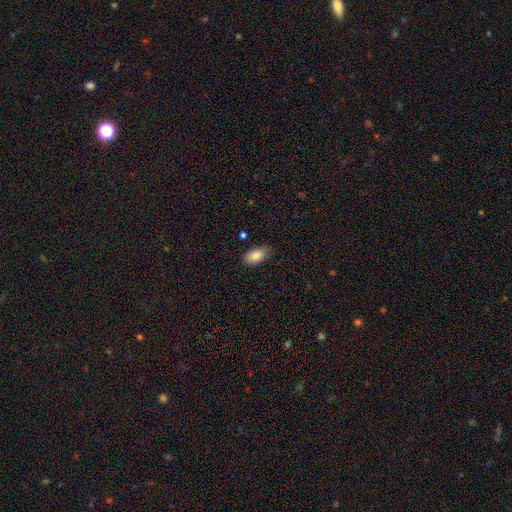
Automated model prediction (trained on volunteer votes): Smooth or featured? smooth (86%)
How rounded? in between (94%)
Merging? none (80%)